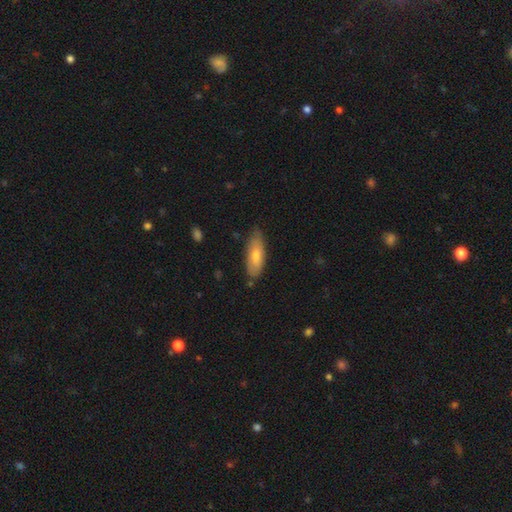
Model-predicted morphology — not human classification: This appears to be a smooth galaxy with no disk features (67%) that is in between round and cigar-shaped (60%). Merging: none (78%).